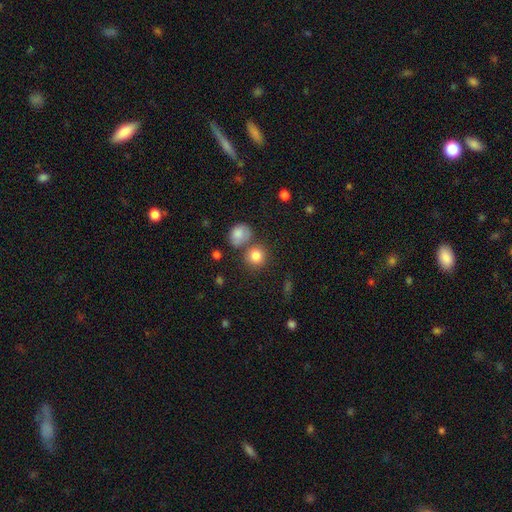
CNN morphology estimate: Q: Smooth or featured?
A: smooth (83%); runner-up: star or artifact (10%)
Q: How rounded?
A: round (87%); runner-up: in between (12%)
Q: Merging?
A: none (68%); runner-up: merger (18%)